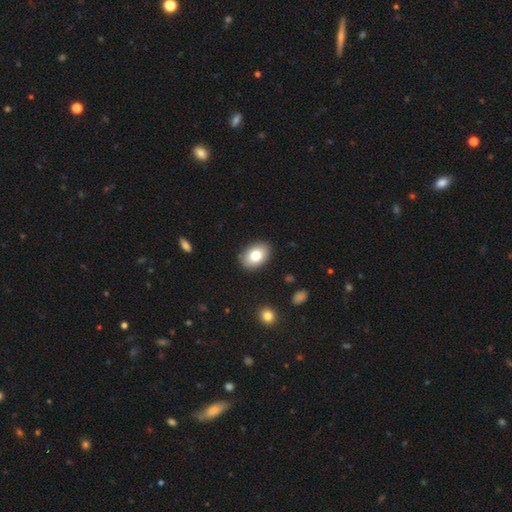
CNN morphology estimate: A smooth galaxy with no disk features (80%) that is in between round and cigar-shaped (84%).

Vote fractions:
- Smooth or featured? smooth: 80% / featured or disk: 13% / star or artifact: 8%
- How rounded? in between: 84% / round: 15% / cigar-shaped: 1%
- Merging? none: 87% / minor disturbance: 9% / major disturbance: 2% / merger: 1%